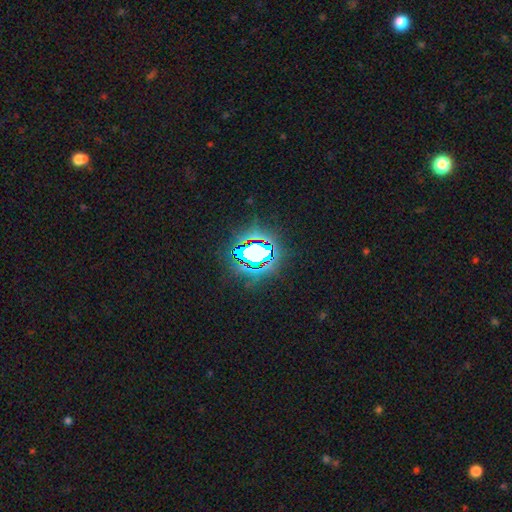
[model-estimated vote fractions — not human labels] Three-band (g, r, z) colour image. It shows a star or artifact, not a galaxy (70%).